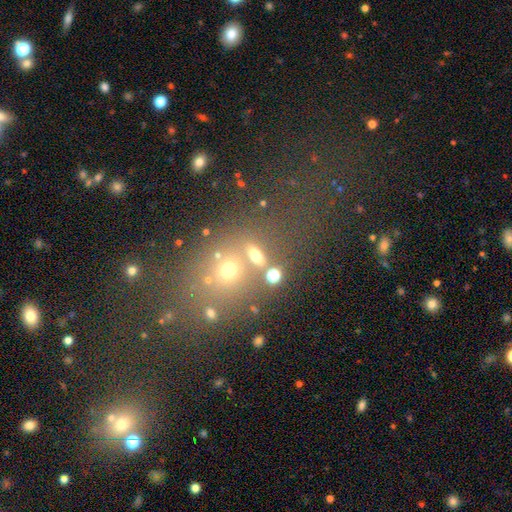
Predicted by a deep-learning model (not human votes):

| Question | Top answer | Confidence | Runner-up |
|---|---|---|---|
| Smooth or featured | smooth | 62% | star or artifact (22%) |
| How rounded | in between | 47% | round (43%) |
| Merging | none | 56% | merger (26%) |